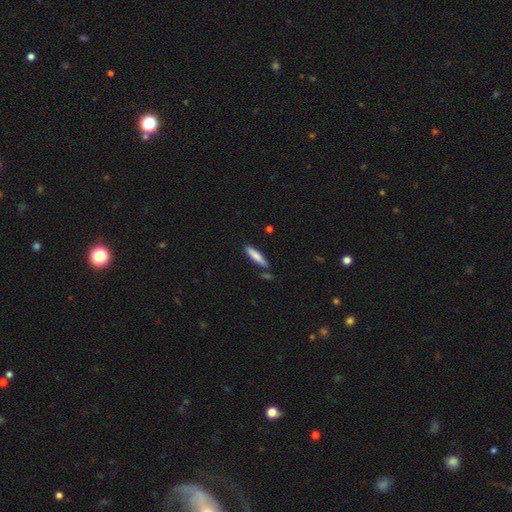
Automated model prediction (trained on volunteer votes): This appears to be a smooth galaxy with no disk features (77%) that is cigar-shaped (84%). Merging: none (78%).